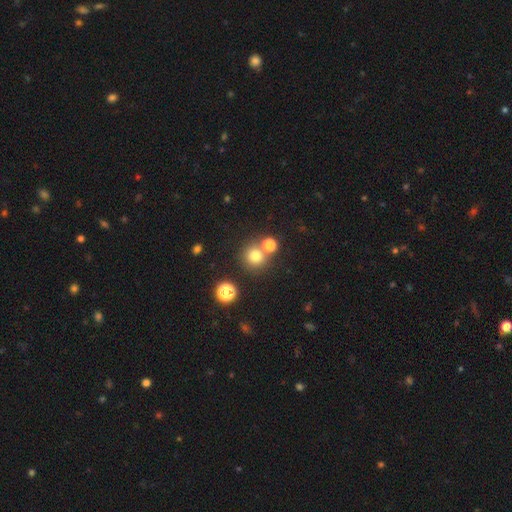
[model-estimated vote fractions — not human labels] Q: Smooth or featured?
A: smooth (75%); runner-up: star or artifact (17%)
Q: How rounded?
A: round (92%); runner-up: in between (7%)
Q: Merging?
A: none (67%); runner-up: merger (22%)